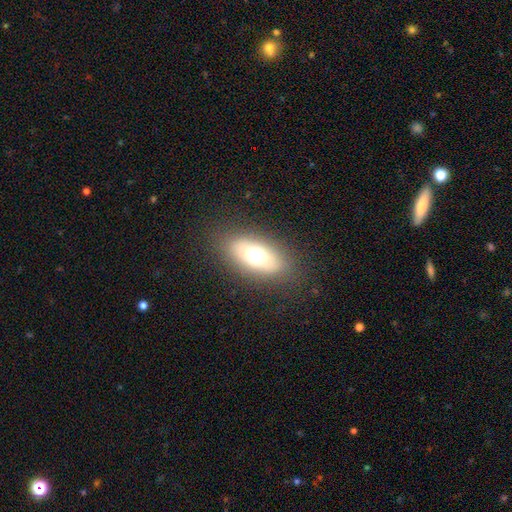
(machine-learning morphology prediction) Smooth or featured? Predicted: smooth (p=0.65). How rounded? Predicted: in between (p=0.84). Merging? Predicted: none (p=0.84).